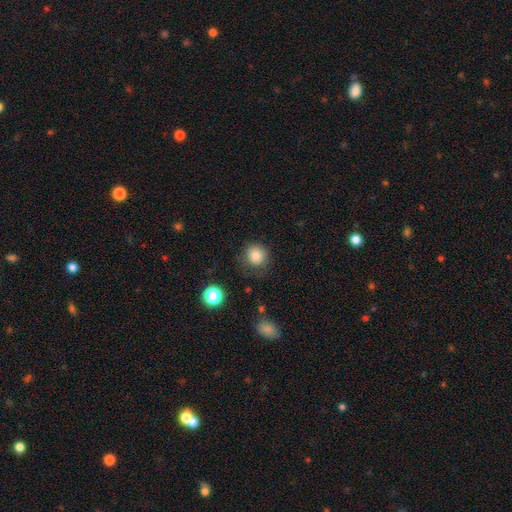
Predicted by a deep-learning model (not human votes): smooth-or-featured: smooth: 83% | star or artifact: 11% | featured or disk: 6%
  how-rounded: round: 92% | in between: 7% | cigar-shaped: 1%
  merging: none: 80% | minor disturbance: 14% | major disturbance: 5% | merger: 2%